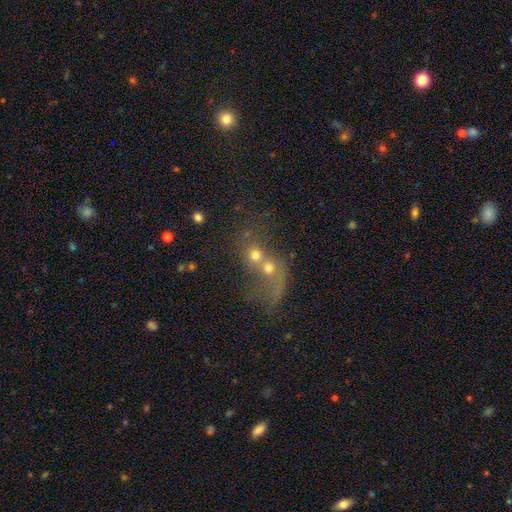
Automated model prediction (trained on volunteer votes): A smooth galaxy with no disk features (49%).

Vote fractions:
- Smooth or featured? smooth: 49% / featured or disk: 32% / star or artifact: 19%
- Merging? merger: 77% / none: 12% / major disturbance: 7% / minor disturbance: 4%